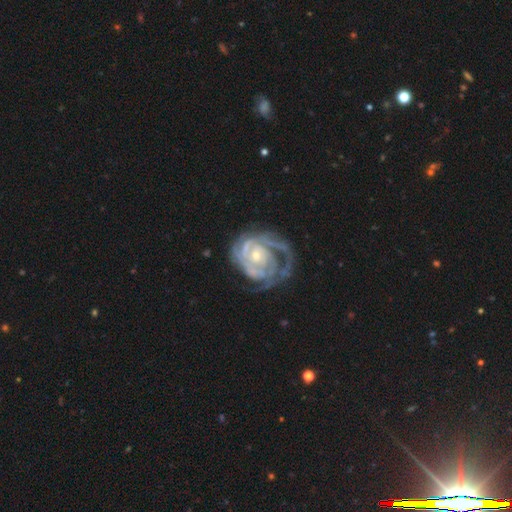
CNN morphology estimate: Q: Smooth or featured?
A: featured or disk (90%); runner-up: smooth (5%)
Q: Edge-on disk?
A: no (98%); runner-up: yes (2%)
Q: Bar?
A: no (69%); runner-up: weak (24%)
Q: Spiral arms?
A: yes (96%); runner-up: no (4%)
Q: Spiral winding?
A: tight (70%); runner-up: medium (24%)
Q: Spiral arm count?
A: can't tell (26%); runner-up: 3 (25%)
Q: Bulge size?
A: small (56%); runner-up: moderate (39%)
Q: Merging?
A: none (52%); runner-up: major disturbance (24%)